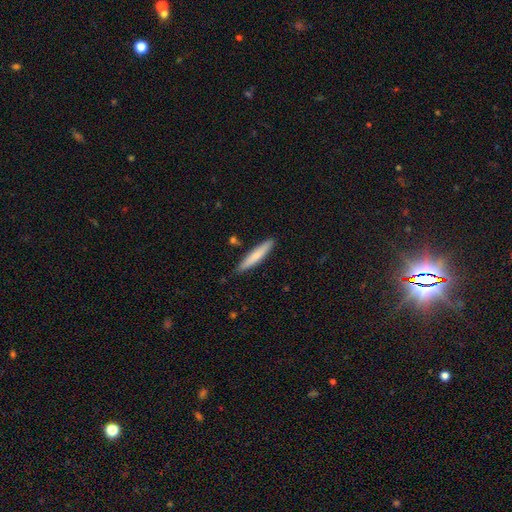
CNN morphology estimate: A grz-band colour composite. It shows a smooth galaxy with no disk features (73%) that is cigar-shaped (92%). Merging: none (88%).